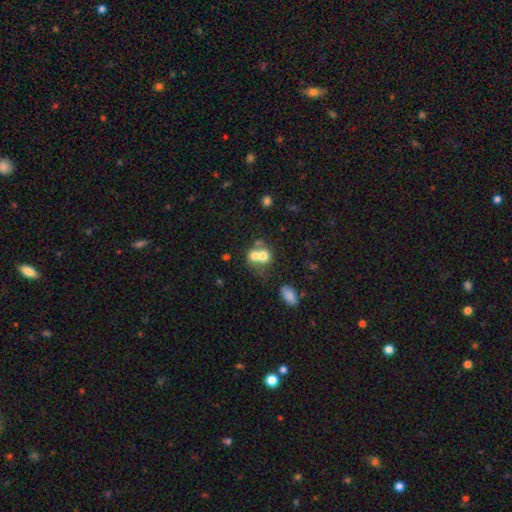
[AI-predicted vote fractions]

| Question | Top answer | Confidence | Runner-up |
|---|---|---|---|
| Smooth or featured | smooth | 65% | featured or disk (23%) |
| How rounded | round | 64% | in between (35%) |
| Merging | merger | 67% | none (23%) |